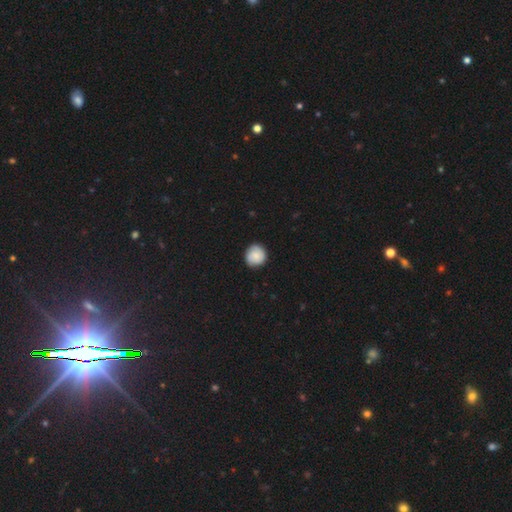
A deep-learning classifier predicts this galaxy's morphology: Smooth or featured? smooth (79%)
How rounded? round (91%)
Merging? none (86%)